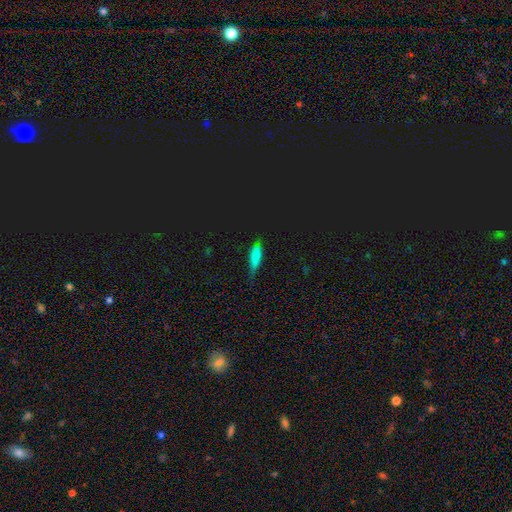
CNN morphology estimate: type=smooth (67%); roundness=cigar-shaped (53%); merging=none (56%).